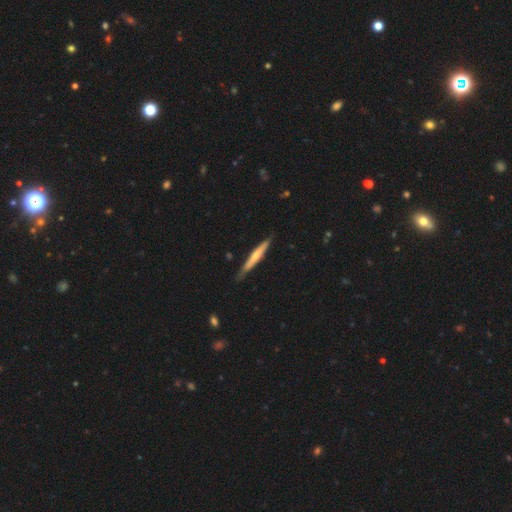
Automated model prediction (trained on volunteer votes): A featured or disk galaxy (48%).

Vote fractions:
- Smooth or featured? featured or disk: 48% / smooth: 47% / star or artifact: 5%
- Merging? none: 80% / minor disturbance: 16% / major disturbance: 2% / merger: 2%